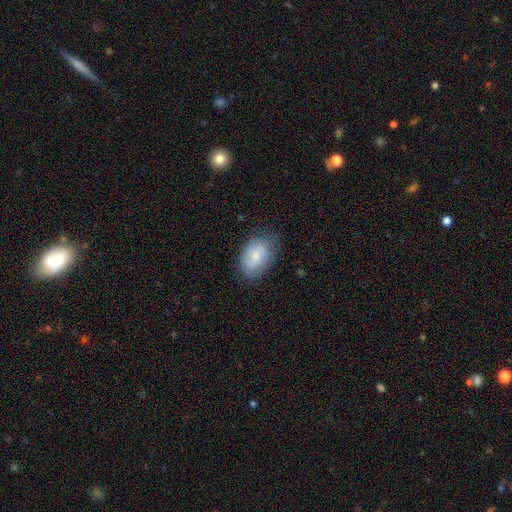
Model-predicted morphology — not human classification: smooth-or-featured: smooth: 60% | featured or disk: 32% | star or artifact: 7%
  how-rounded: in between: 86% | round: 13% | cigar-shaped: 1%
  merging: none: 74% | minor disturbance: 19% | major disturbance: 6% | merger: 1%